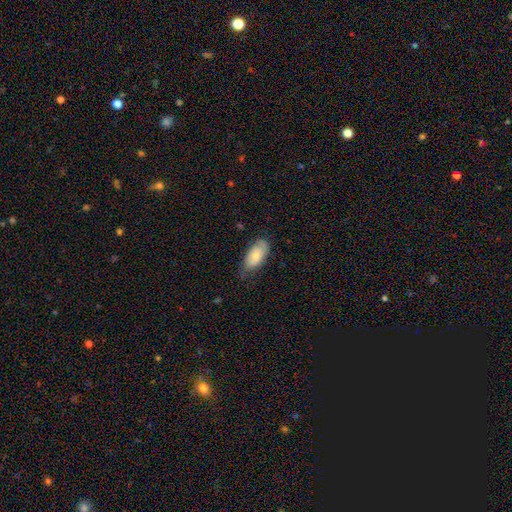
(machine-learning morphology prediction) The model was most divided on "merging": none: 58%, minor disturbance: 32%, major disturbance: 9%, merger: 1%. More confident: how rounded — in between (92%); smooth or featured — smooth (62%).